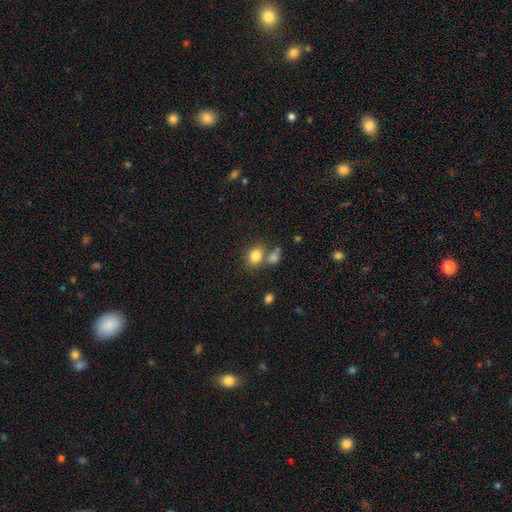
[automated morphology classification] smooth_or_featured: smooth (p=0.82) [alt: star or artifact p=0.10]
how_rounded: in between (p=0.59) [alt: round p=0.40]
merging: none (p=0.57) [alt: merger p=0.27]